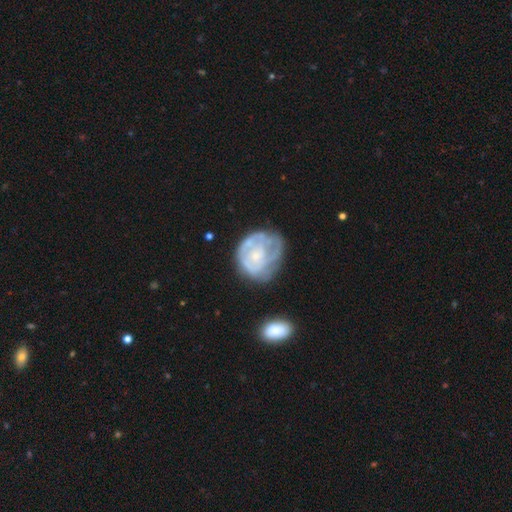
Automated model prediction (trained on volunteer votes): Smooth or featured? featured or disk (67%)
Edge-on disk? no (98%)
Bar? no (81%)
Spiral arms? yes (64%)
Bulge size? small (71%)
Merging? none (49%)